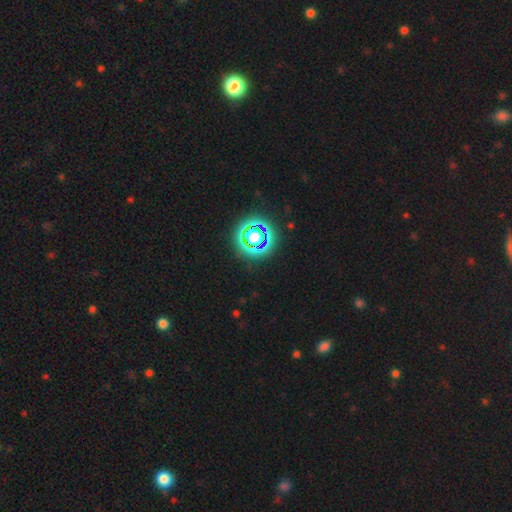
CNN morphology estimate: This is likely a star or artifact rather than a galaxy (77%).